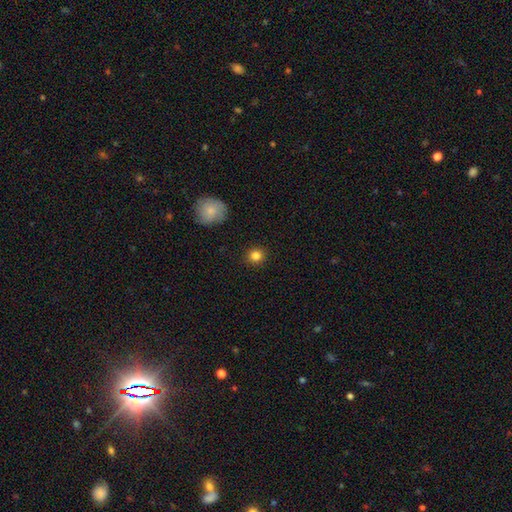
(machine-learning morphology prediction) This appears to be a smooth galaxy with no disk features (84%) that is round (90%). Merging: none (90%).